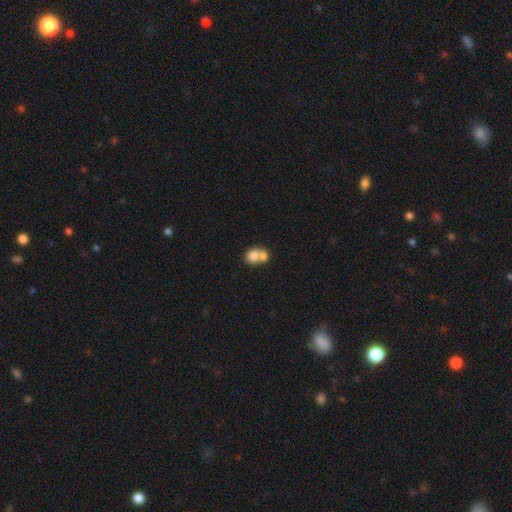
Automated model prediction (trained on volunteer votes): Smooth or featured? Predicted: smooth (p=0.76). How rounded? Predicted: round (p=0.67). Merging? Predicted: merger (p=0.66).